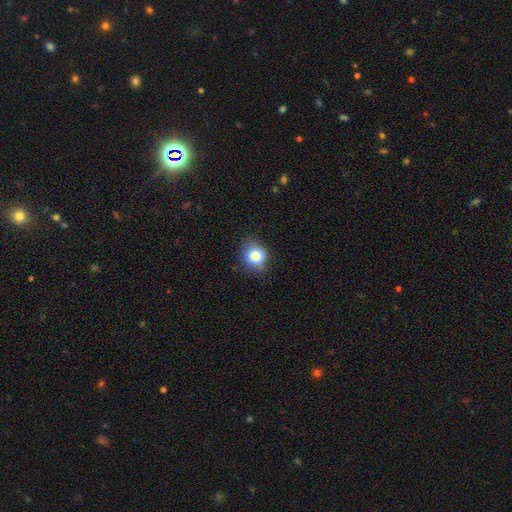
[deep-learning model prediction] smooth 83%, star or artifact 10%, featured or disk 7%. Down the decision tree: how rounded — round (76%); merging — none (77%).